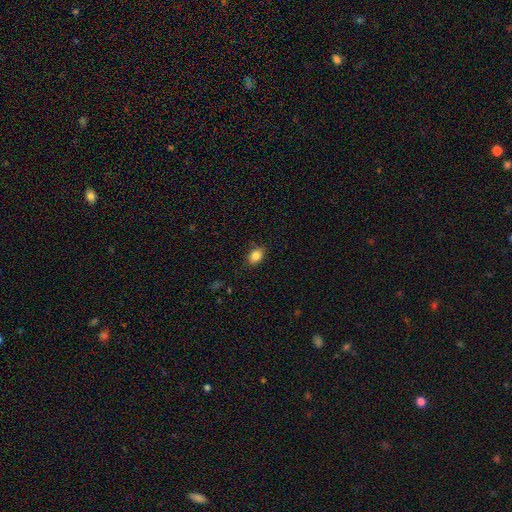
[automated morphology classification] type=smooth (85%); roundness=in between (72%); merging=none (83%).